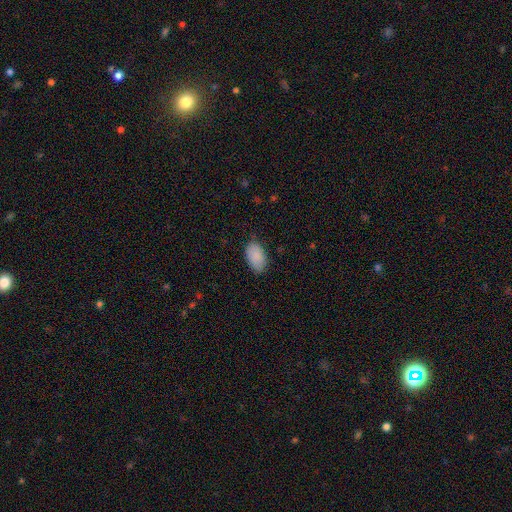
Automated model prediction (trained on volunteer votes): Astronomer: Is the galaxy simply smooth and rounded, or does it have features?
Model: smooth — 89%.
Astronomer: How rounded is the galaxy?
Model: in between — 93%.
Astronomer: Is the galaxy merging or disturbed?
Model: none — 80%.